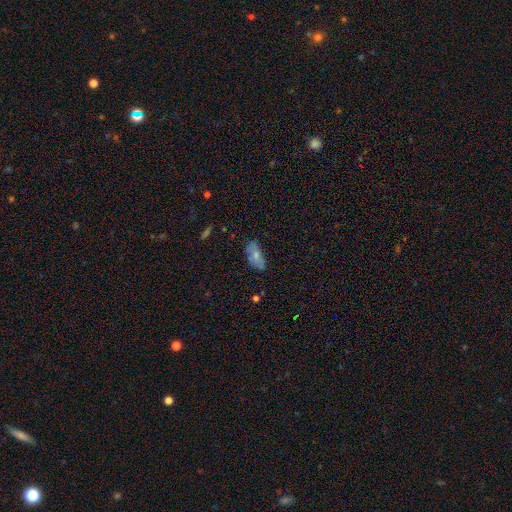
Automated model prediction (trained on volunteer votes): Smooth or featured? Predicted: smooth (p=0.65). How rounded? Predicted: in between (p=0.89). Merging? Predicted: none (p=0.70).